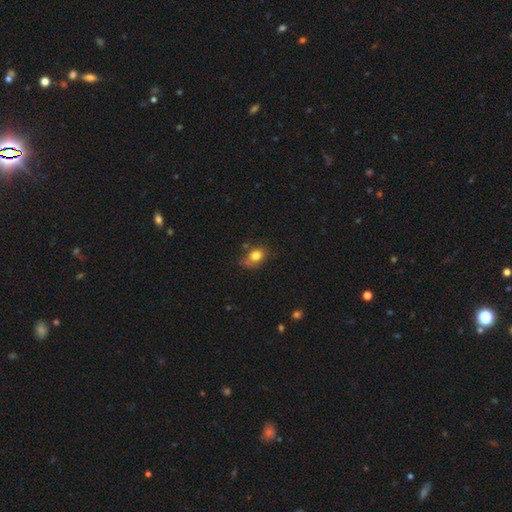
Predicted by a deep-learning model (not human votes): Overall: smooth (79%). How rounded: in between (56%; round 43%). Merging: none (52%; minor disturbance 30%).